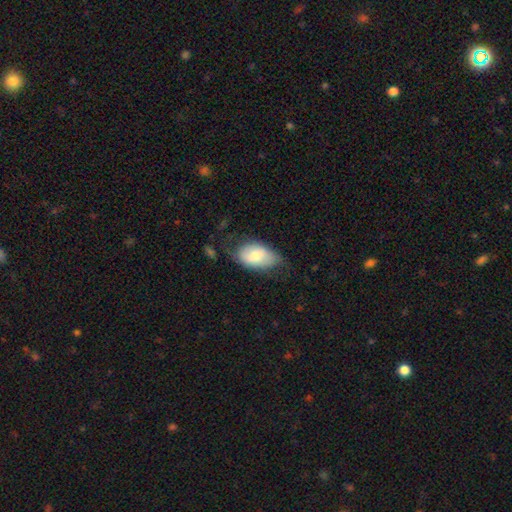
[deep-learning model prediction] Smooth or featured? smooth (72%)
How rounded? in between (92%)
Merging? none (54%)